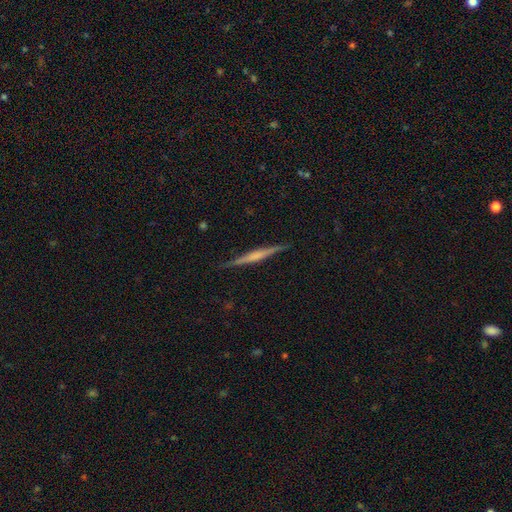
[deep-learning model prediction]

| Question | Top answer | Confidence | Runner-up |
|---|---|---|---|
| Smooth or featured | featured or disk | 68% | smooth (26%) |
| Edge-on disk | yes | 98% | no (2%) |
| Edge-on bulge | rounded | 42% | none (35%) |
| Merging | none | 88% | minor disturbance (9%) |